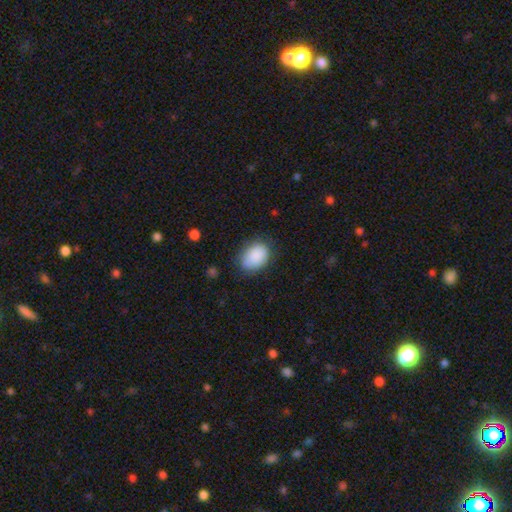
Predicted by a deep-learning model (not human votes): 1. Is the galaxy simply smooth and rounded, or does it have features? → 88% smooth, 7% star or artifact, 5% featured or disk.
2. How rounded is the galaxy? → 77% in between, 22% round, 1% cigar-shaped.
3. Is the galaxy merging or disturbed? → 75% none, 19% minor disturbance, 5% major disturbance, 1% merger.